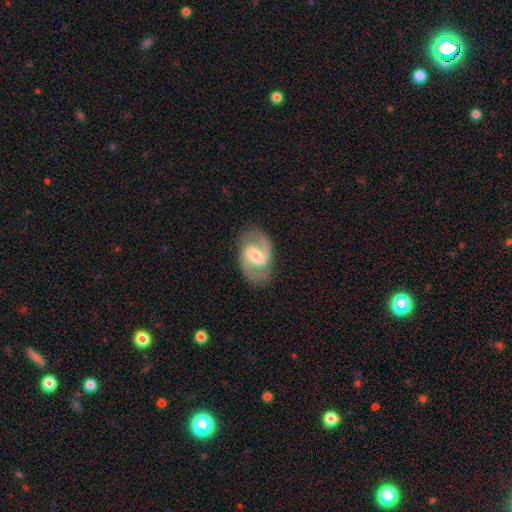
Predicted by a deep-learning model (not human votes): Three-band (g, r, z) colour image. It shows a featured or disk galaxy (86%) with a weak bar (50%), 2 (92%) medium (59%) spiral arms (96%) and a moderate central bulge (53%). Merging: none (83%).